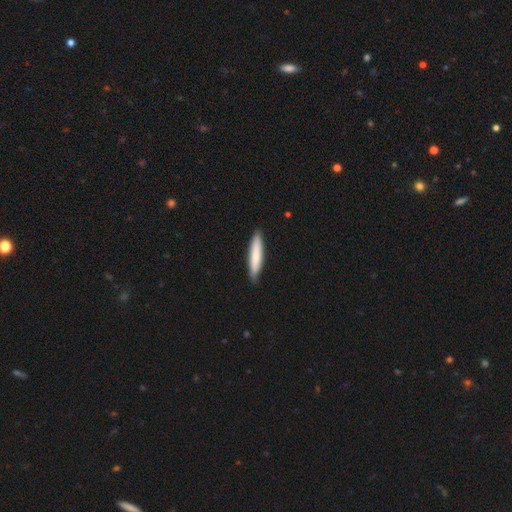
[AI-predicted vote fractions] smooth 77%, featured or disk 18%, star or artifact 5%. Down the decision tree: how rounded — cigar-shaped (86%); merging — none (87%).